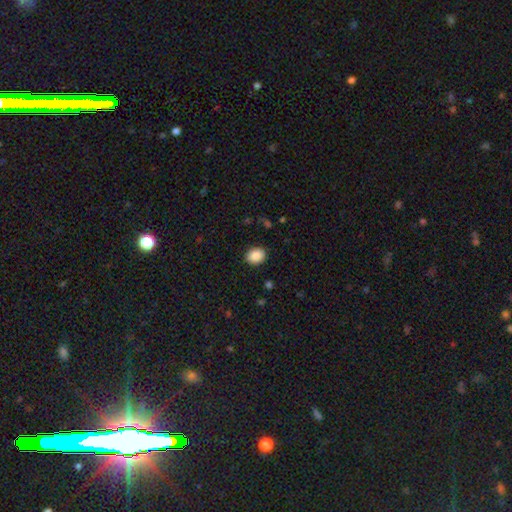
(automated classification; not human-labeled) This appears to be a smooth galaxy with no disk features (88%) that is round (53%). Merging: none (90%).